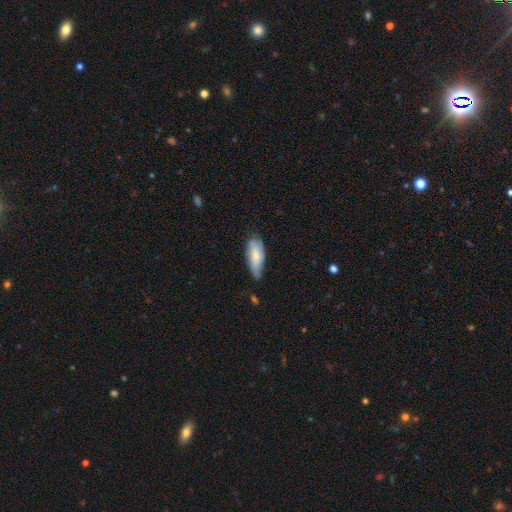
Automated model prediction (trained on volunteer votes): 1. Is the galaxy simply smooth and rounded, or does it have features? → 66% smooth, 28% featured or disk, 6% star or artifact.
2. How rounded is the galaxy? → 76% in between, 22% cigar-shaped, 2% round.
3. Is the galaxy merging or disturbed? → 51% none, 38% minor disturbance, 8% major disturbance, 2% merger.